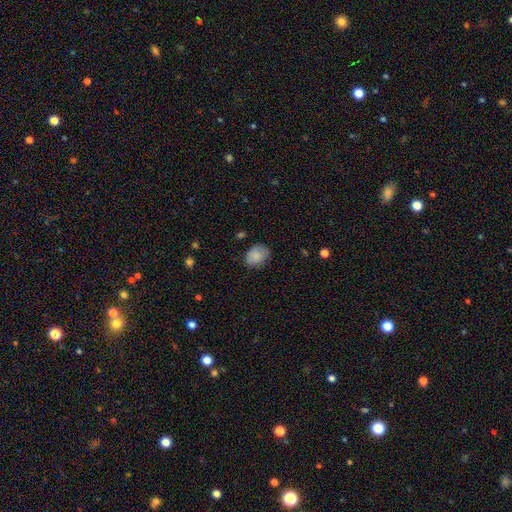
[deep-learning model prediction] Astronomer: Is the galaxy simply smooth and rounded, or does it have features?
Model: smooth — 85%.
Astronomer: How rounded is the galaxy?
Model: in between — 55% (runner-up: round, 44%).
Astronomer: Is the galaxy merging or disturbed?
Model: none — 76%.